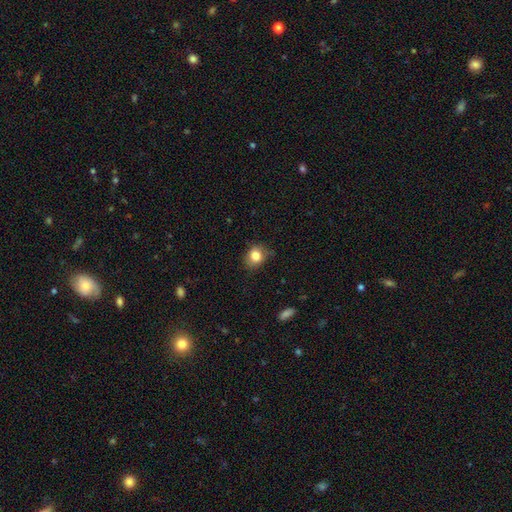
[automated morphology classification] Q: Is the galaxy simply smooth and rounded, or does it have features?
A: smooth — 82%.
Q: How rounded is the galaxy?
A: round — 61%.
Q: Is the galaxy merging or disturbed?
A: none — 68%.